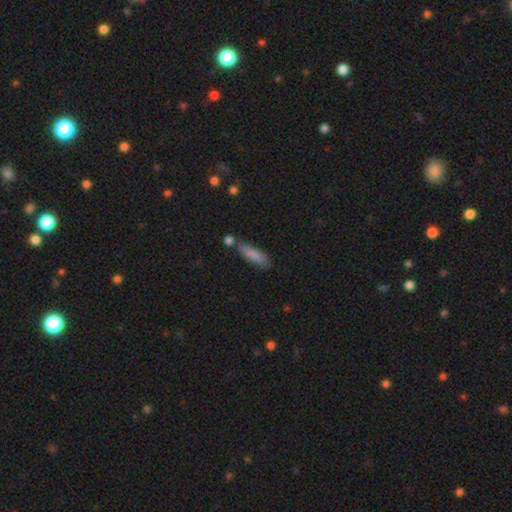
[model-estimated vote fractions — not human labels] Smooth or featured? Predicted: smooth (p=0.81). How rounded? Predicted: cigar-shaped (p=0.65). Merging? Predicted: none (p=0.63).